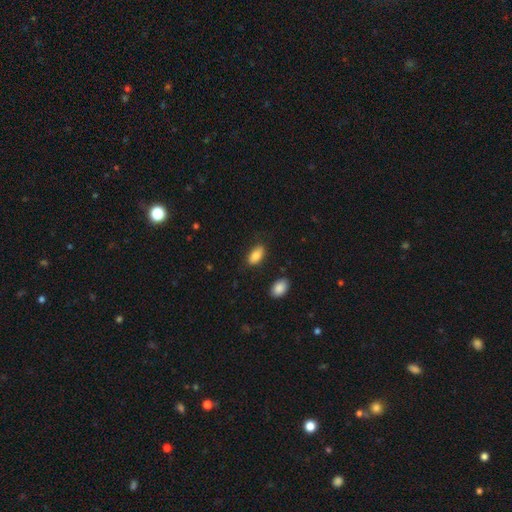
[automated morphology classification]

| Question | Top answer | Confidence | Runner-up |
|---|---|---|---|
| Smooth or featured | smooth | 86% | star or artifact (7%) |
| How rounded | in between | 91% | cigar-shaped (6%) |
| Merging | none | 81% | minor disturbance (13%) |